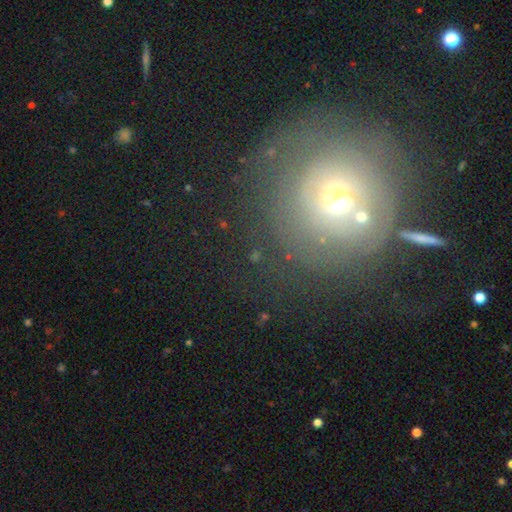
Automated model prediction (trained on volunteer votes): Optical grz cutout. It shows a smooth galaxy with no disk features (40%). Merging: none (74%).